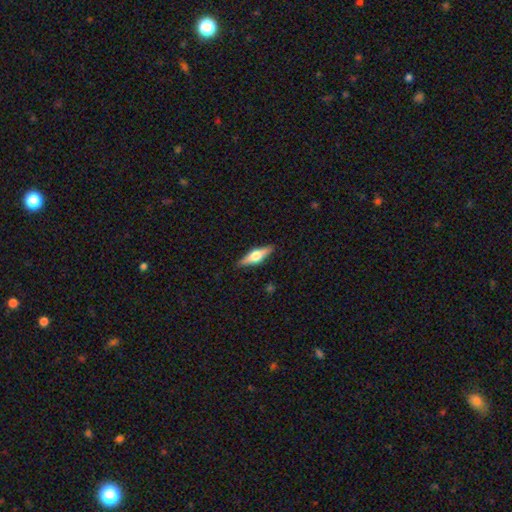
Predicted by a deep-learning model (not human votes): Q: Smooth or featured?
A: featured or disk (56%); runner-up: smooth (37%)
Q: Edge-on disk?
A: yes (95%); runner-up: no (5%)
Q: Edge-on bulge?
A: rounded (93%); runner-up: boxy (5%)
Q: Merging?
A: none (89%); runner-up: minor disturbance (8%)